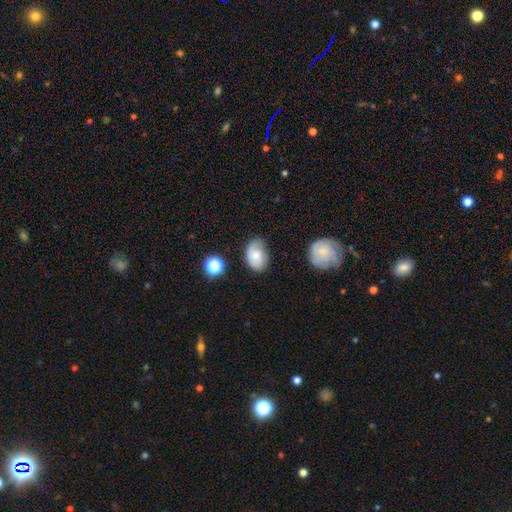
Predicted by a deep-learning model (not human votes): Smooth or featured?
  - smooth: 61% *
  - featured or disk: 30%
  - star or artifact: 9%
How rounded?
  - in between: 77% *
  - round: 22%
  - cigar-shaped: 1%
Merging?
  - none: 62% *
  - minor disturbance: 29%
  - major disturbance: 7%
  - merger: 3%